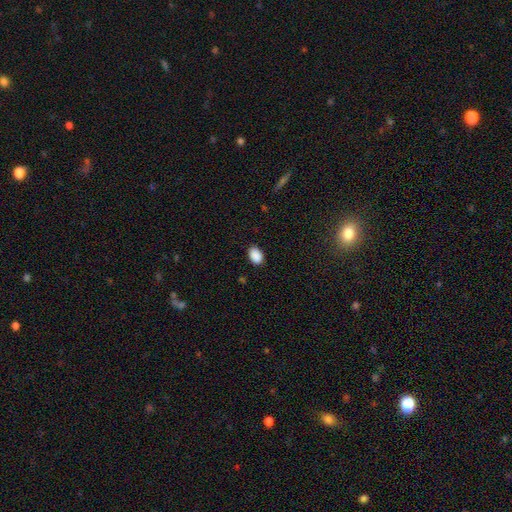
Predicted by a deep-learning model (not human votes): Smooth or featured? smooth (89%)
How rounded? in between (82%)
Merging? none (85%)